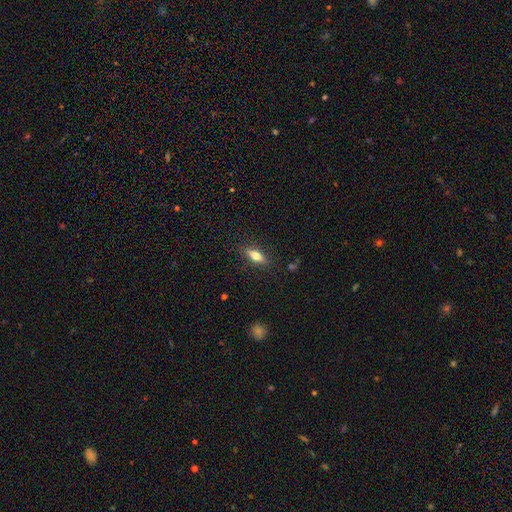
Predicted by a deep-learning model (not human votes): A smooth galaxy with no disk features (64%) that is in between round and cigar-shaped (60%). Merging: none (85%).